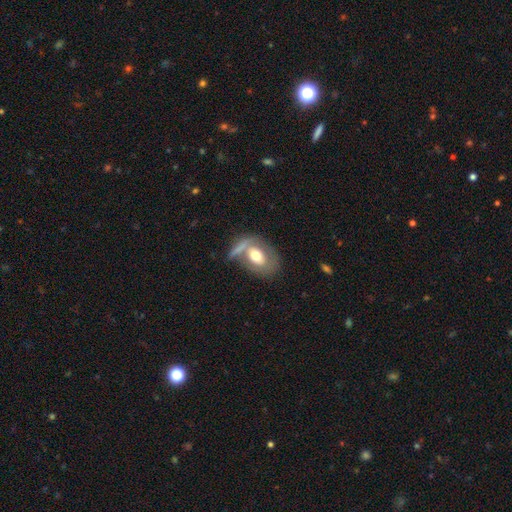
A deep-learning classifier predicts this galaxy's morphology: Smooth or featured: smooth — 58% (featured or disk — 35%)
How rounded: in between — 73% (round — 25%)
Merging: none — 45% (merger — 25%)